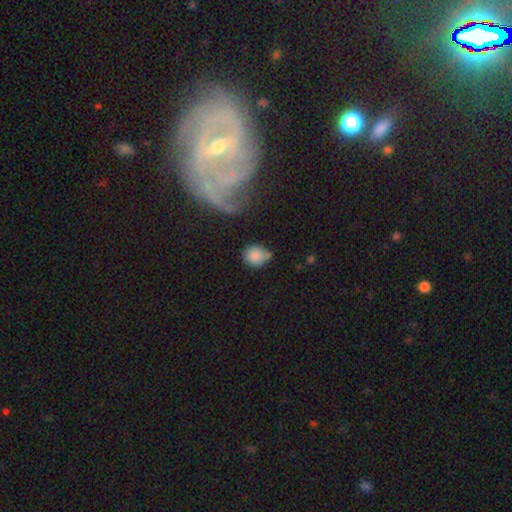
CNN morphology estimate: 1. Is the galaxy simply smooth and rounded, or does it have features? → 82% smooth, 9% featured or disk, 9% star or artifact.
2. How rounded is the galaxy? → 60% round, 39% in between, 1% cigar-shaped.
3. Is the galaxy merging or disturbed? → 56% none, 29% minor disturbance, 8% major disturbance, 7% merger.